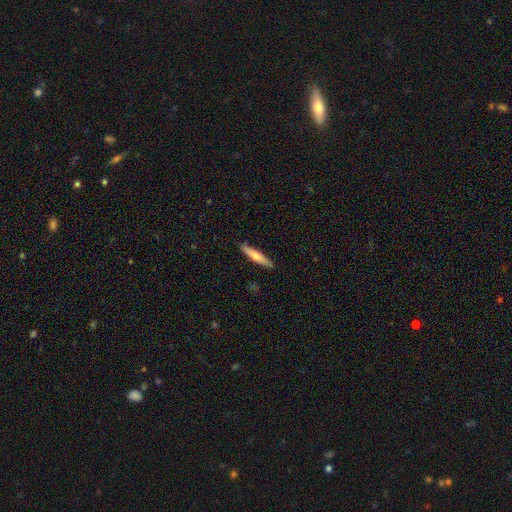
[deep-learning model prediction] smooth-or-featured: smooth: 62% | featured or disk: 33% | star or artifact: 5%
  how-rounded: cigar-shaped: 89% | in between: 10% | round: 1%
  merging: none: 89% | minor disturbance: 8% | major disturbance: 2% | merger: 1%